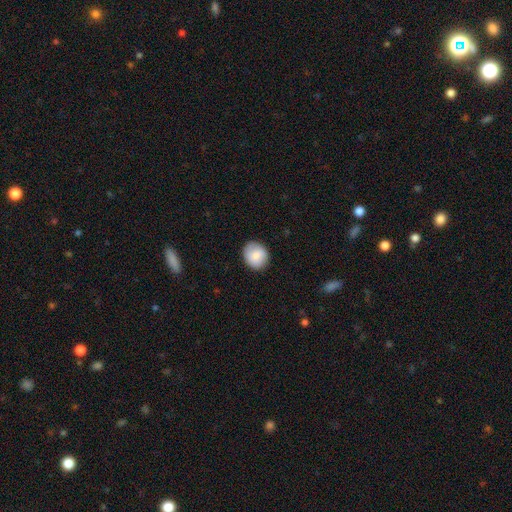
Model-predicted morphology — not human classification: smooth_or_featured: smooth (p=0.78) [alt: featured or disk p=0.15]
how_rounded: round (p=0.78) [alt: in between p=0.22]
merging: none (p=0.85) [alt: minor disturbance p=0.11]